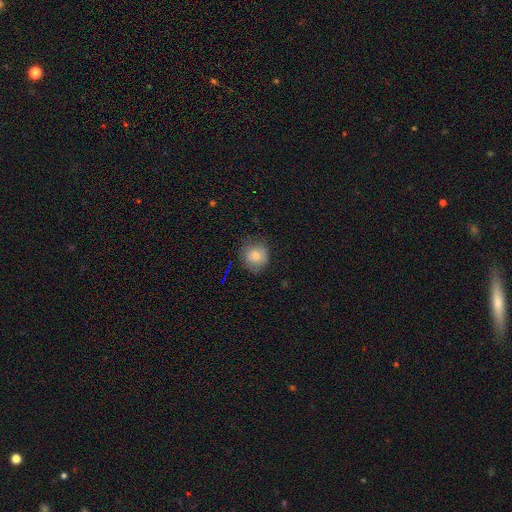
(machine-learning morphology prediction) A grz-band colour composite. It shows a smooth galaxy with no disk features (78%) that is round (84%). Merging: none (73%).